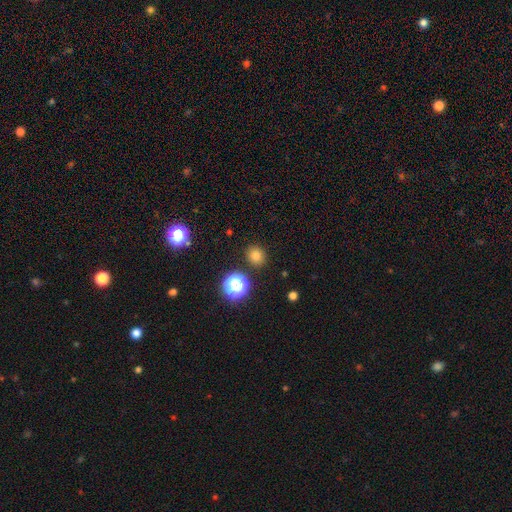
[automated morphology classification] This appears to be a smooth galaxy with no disk features (77%) that is round (85%). Merging: none (89%).